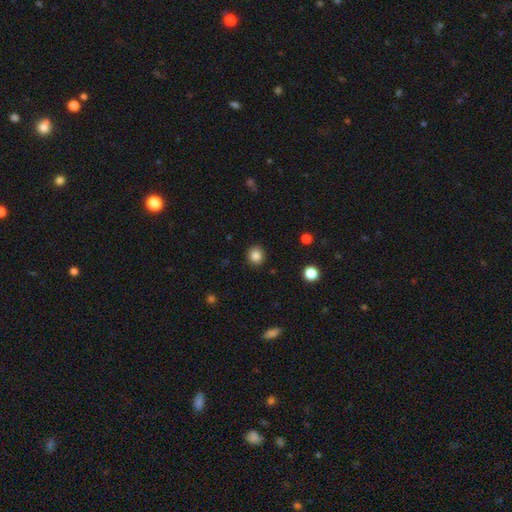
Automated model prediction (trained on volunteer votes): This is clearly a smooth galaxy (85%). How rounded: clearly round (88%). Merging: clearly none (91%).